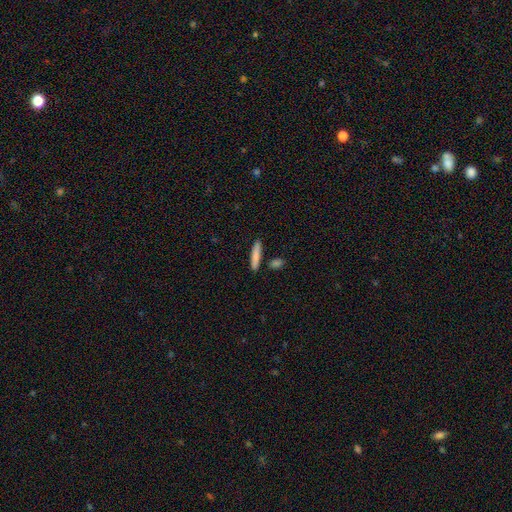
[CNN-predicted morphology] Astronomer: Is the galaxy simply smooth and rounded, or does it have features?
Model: smooth — 82%.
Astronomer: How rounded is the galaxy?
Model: cigar-shaped — 88%.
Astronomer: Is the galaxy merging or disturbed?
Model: none — 85%.